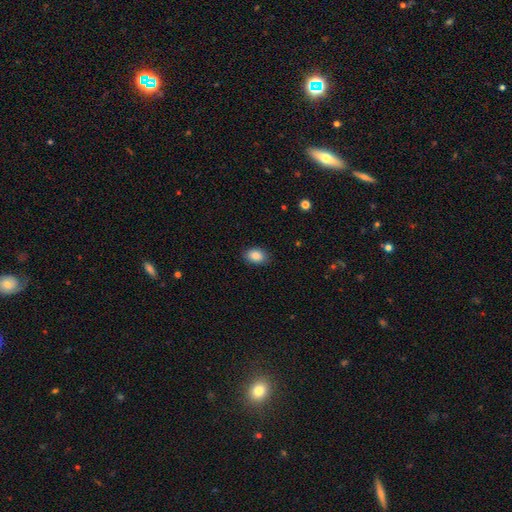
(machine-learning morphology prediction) type=smooth (88%); roundness=in between (82%); merging=none (87%).